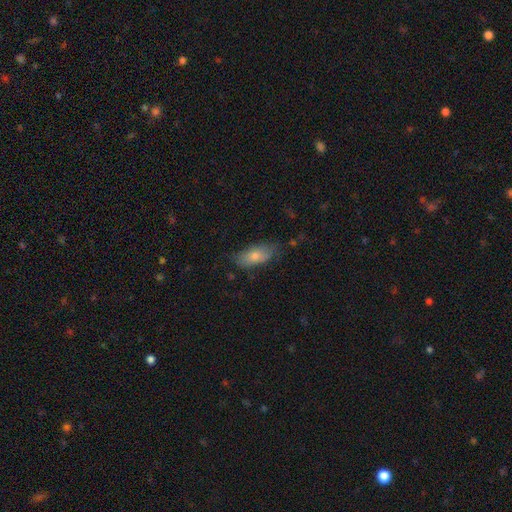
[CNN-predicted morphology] A smooth galaxy with no disk features (70%) that is in between round and cigar-shaped (80%). Merging: none (66%).